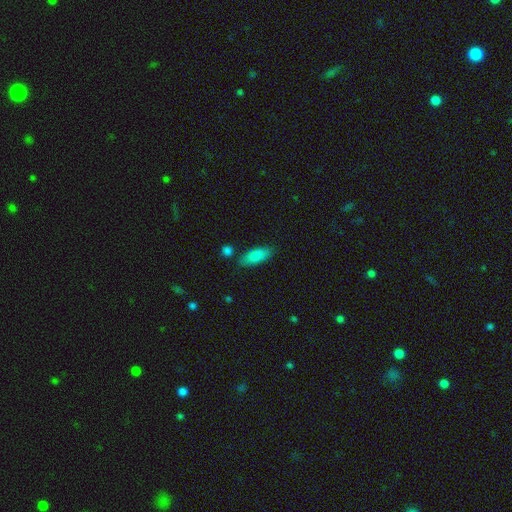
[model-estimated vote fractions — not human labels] Overall: smooth (86%). How rounded: in between (75%). Merging: none (77%).